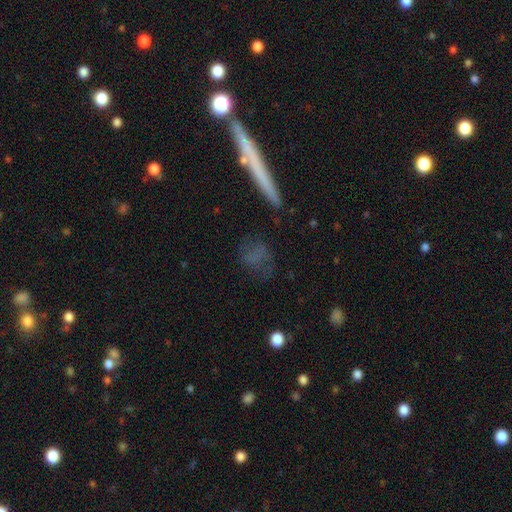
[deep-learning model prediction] Smooth or featured? Predicted: smooth (p=0.60). How rounded? Predicted: round (p=0.44). Merging? Predicted: none (p=0.63).